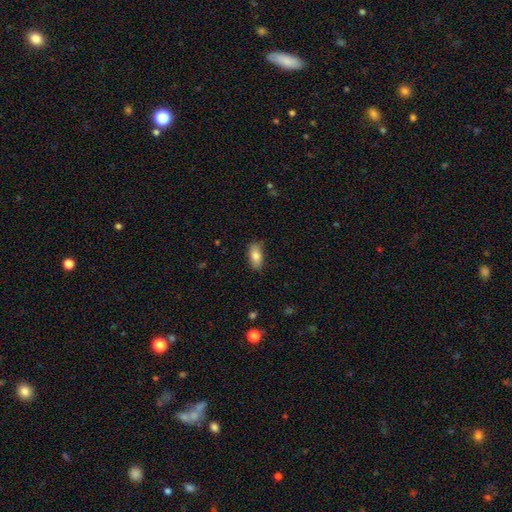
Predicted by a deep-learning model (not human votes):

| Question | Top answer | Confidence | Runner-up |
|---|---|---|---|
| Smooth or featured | smooth | 82% | featured or disk (11%) |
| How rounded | in between | 87% | cigar-shaped (9%) |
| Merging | none | 80% | minor disturbance (16%) |